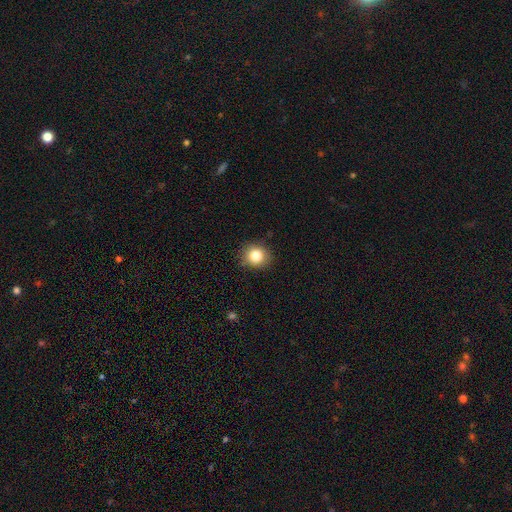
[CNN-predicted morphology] Q: Smooth or featured?
A: smooth (83%); runner-up: star or artifact (10%)
Q: How rounded?
A: round (83%); runner-up: in between (16%)
Q: Merging?
A: none (87%); runner-up: minor disturbance (9%)